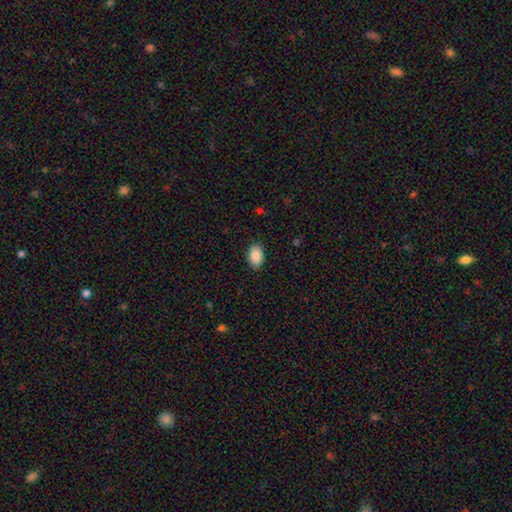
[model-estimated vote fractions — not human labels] Smooth or featured: smooth — 89% (star or artifact — 7%)
How rounded: in between — 89% (round — 9%)
Merging: none — 87% (minor disturbance — 9%)